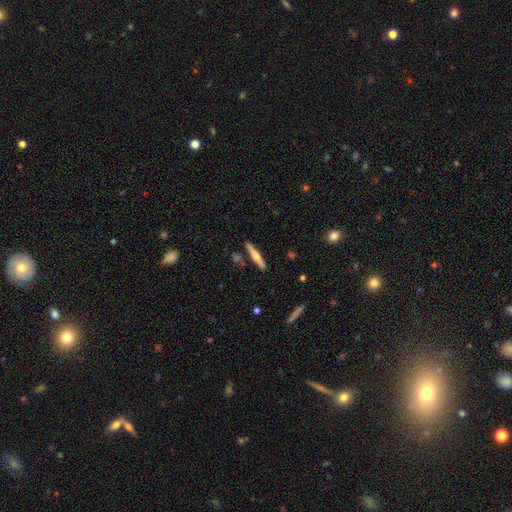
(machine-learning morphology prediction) This is possibly a featured or disk galaxy (58%). It is clearly viewed edge-on (97%). Edge-on bulge: clearly rounded (89%). Merging: clearly none (87%).